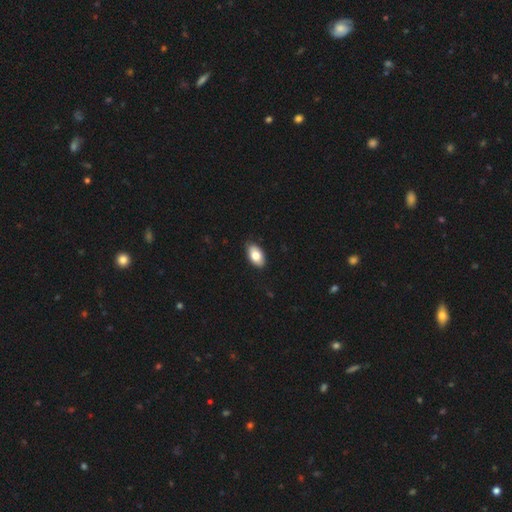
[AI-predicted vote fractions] The model was most divided on "smooth or featured": smooth: 80%, featured or disk: 14%, star or artifact: 7%. More confident: how rounded — in between (93%); merging — none (87%).